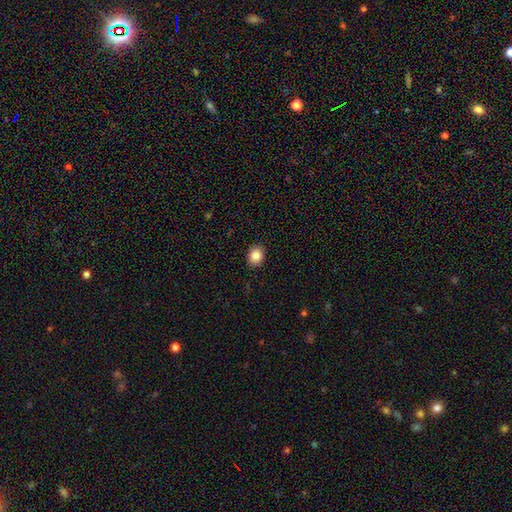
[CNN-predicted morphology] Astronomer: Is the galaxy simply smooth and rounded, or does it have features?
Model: smooth — 86%.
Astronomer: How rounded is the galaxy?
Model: in between — 50% (runner-up: round, 49%).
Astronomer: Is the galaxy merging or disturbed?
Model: none — 90%.